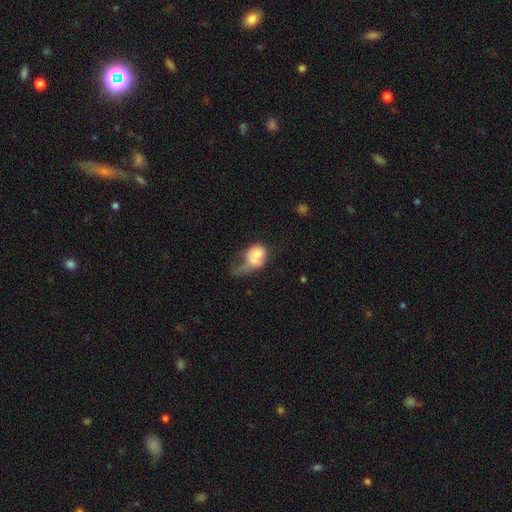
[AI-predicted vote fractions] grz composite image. It shows a smooth galaxy with no disk features (68%) that is in between round and cigar-shaped (52%). Merging: major disturbance (38%).